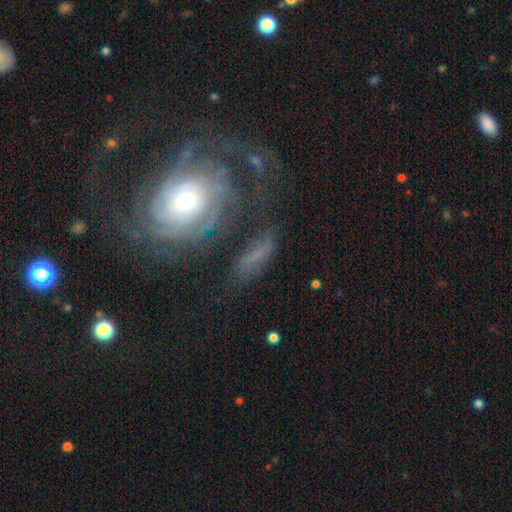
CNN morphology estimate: This appears to be a featured or disk galaxy (67%) with no bar (61%), tight (64%) spiral arms (86%) and a moderate central bulge (49%). Merging: none (58%).